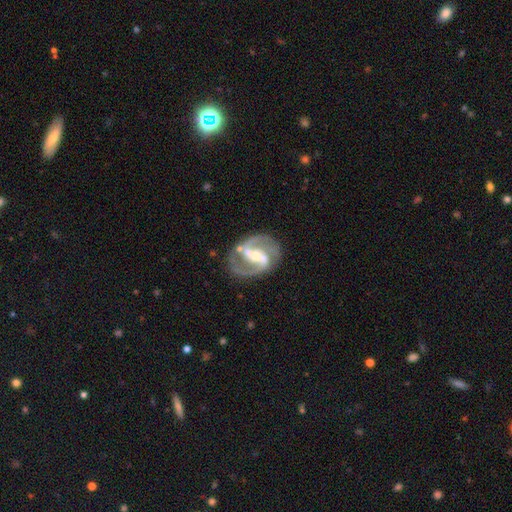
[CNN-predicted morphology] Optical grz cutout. It shows a featured or disk galaxy (91%) with a strong bar (45%), 2 (86%) medium (61%) spiral arms (97%) and a moderate central bulge (50%). Merging: none (75%).